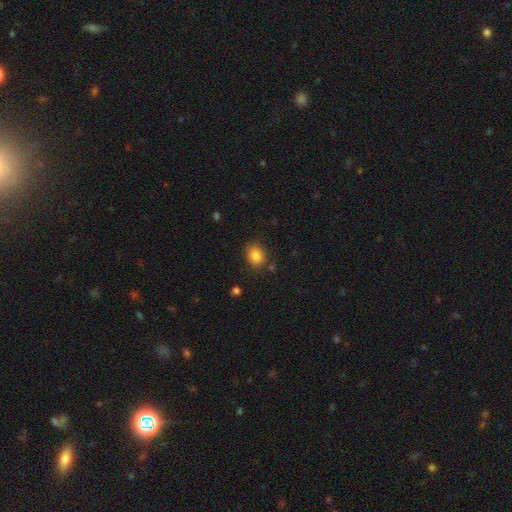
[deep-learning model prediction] The model was most divided on "how rounded": in between: 55%, round: 44%, cigar-shaped: 1%. More confident: smooth or featured — smooth (84%); merging — none (83%).